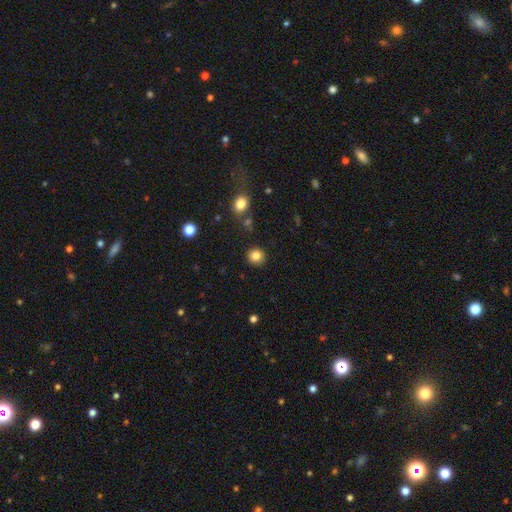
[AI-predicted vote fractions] This is clearly a smooth galaxy (84%). How rounded: clearly round (90%). Merging: clearly none (89%).